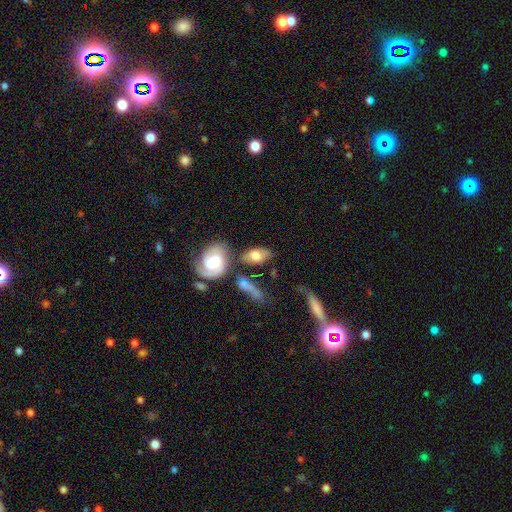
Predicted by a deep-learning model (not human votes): Smooth or featured?
  - smooth: 60% *
  - featured or disk: 33%
  - star or artifact: 7%
How rounded?
  - in between: 86% *
  - round: 9%
  - cigar-shaped: 5%
Merging?
  - none: 52% *
  - minor disturbance: 19%
  - merger: 19%
  - major disturbance: 10%